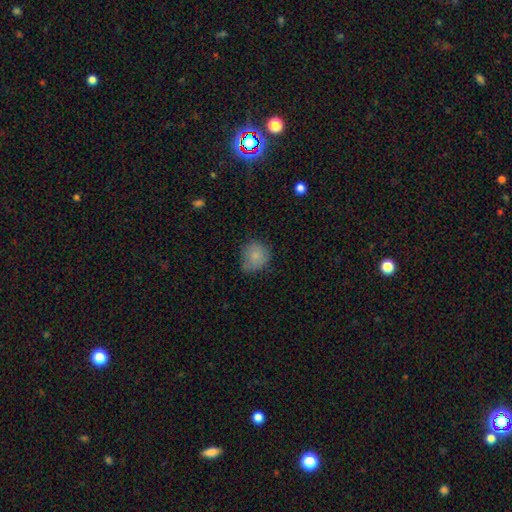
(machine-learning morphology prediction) type=smooth (81%); roundness=round (81%); merging=none (63%).